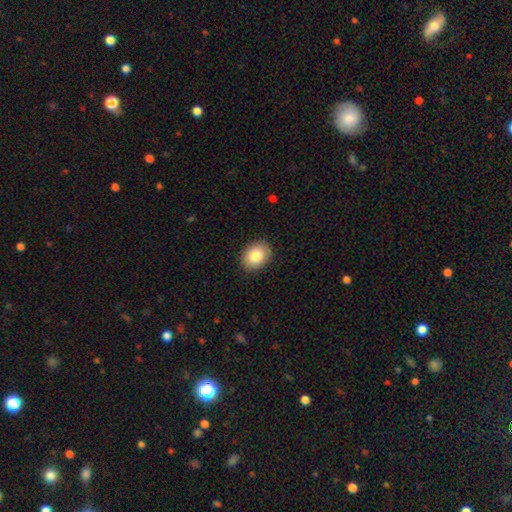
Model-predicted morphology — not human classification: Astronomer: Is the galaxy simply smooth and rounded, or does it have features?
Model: smooth — 83%.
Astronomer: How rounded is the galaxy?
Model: in between — 63%.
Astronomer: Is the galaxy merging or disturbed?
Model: none — 89%.